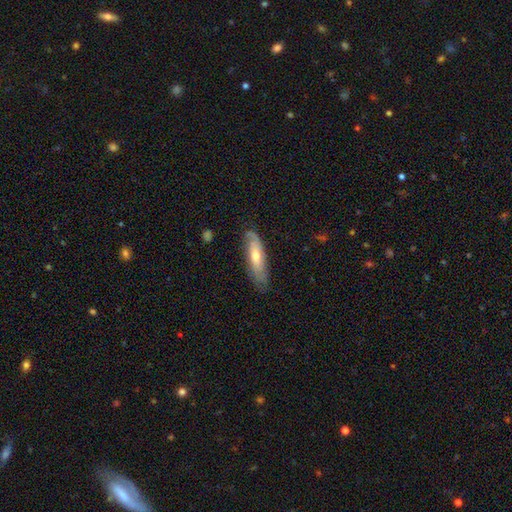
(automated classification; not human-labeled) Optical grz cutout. It shows a featured or disk galaxy (56%). Merging: none (73%).